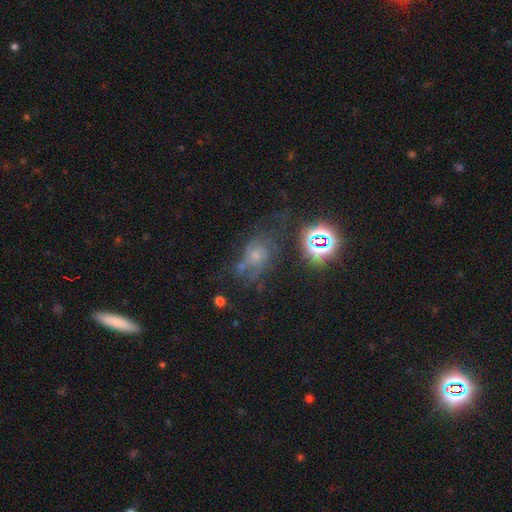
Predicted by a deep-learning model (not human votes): Morphology: type=star or artifact (38%).